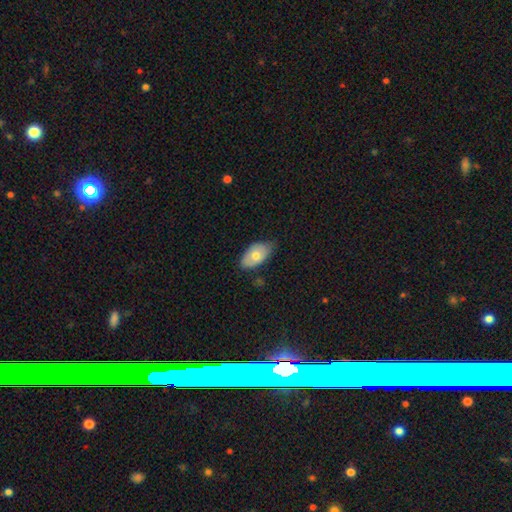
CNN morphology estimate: A smooth galaxy with no disk features (68%) that is in between round and cigar-shaped (93%).

Vote fractions:
- Smooth or featured? smooth: 68% / featured or disk: 26% / star or artifact: 6%
- How rounded? in between: 93% / round: 5% / cigar-shaped: 2%
- Merging? none: 66% / minor disturbance: 29% / major disturbance: 4% / merger: 2%